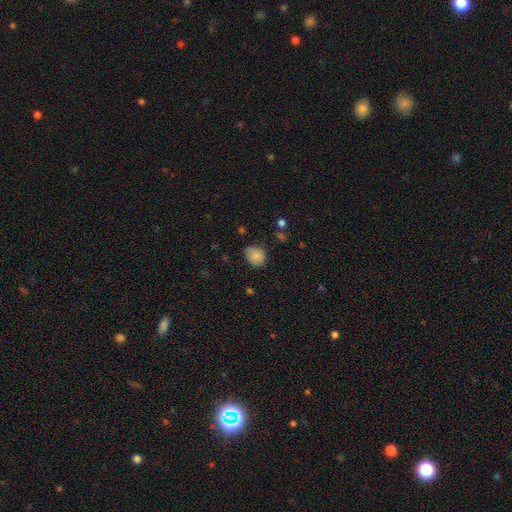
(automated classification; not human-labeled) Smooth or featured? Predicted: smooth (p=0.82). How rounded? Predicted: round (p=0.58). Merging? Predicted: none (p=0.63).